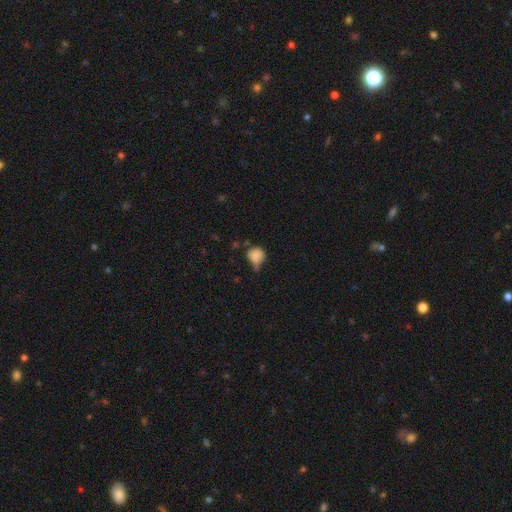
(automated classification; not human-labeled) Smooth or featured? Predicted: smooth (p=0.83). How rounded? Predicted: round (p=0.79). Merging? Predicted: none (p=0.40).